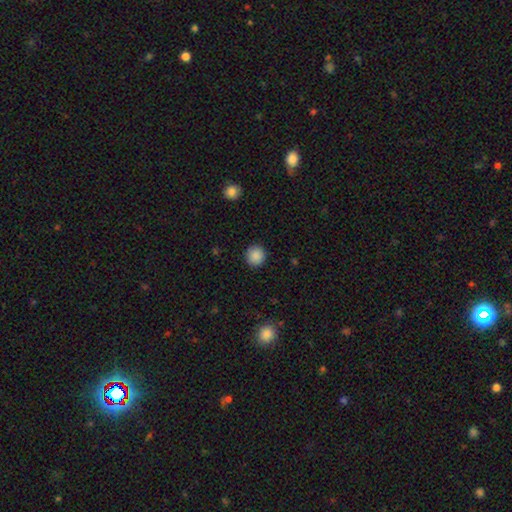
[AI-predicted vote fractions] A smooth galaxy with no disk features (88%) that is round (93%). Merging: none (91%).